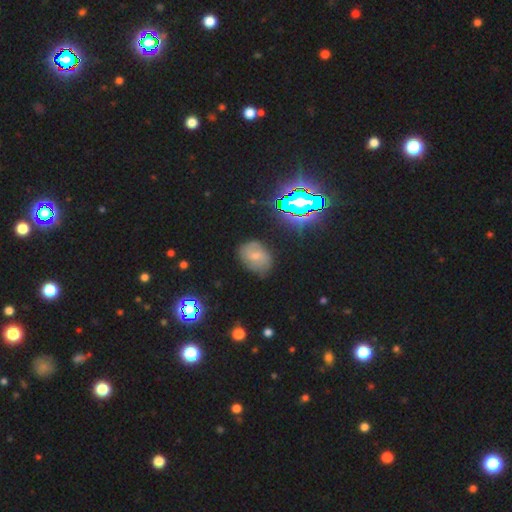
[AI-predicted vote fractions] This is marginally a smooth galaxy (45%). Merging: likely none (72%).